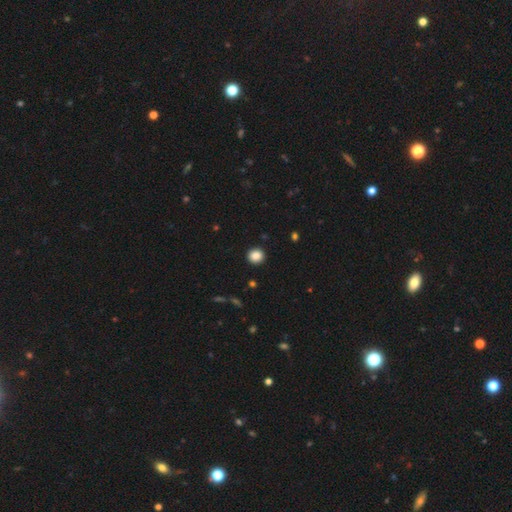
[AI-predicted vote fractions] Smooth or featured?
  - smooth: 87% *
  - star or artifact: 10%
  - featured or disk: 3%
How rounded?
  - round: 90% *
  - in between: 9%
  - cigar-shaped: 1%
Merging?
  - none: 92% *
  - minor disturbance: 5%
  - major disturbance: 2%
  - merger: 1%